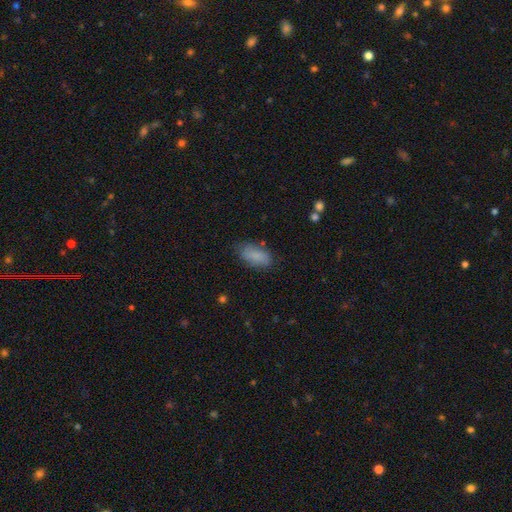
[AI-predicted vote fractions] A smooth galaxy with no disk features (84%) that is in between round and cigar-shaped (90%). Merging: none (74%).